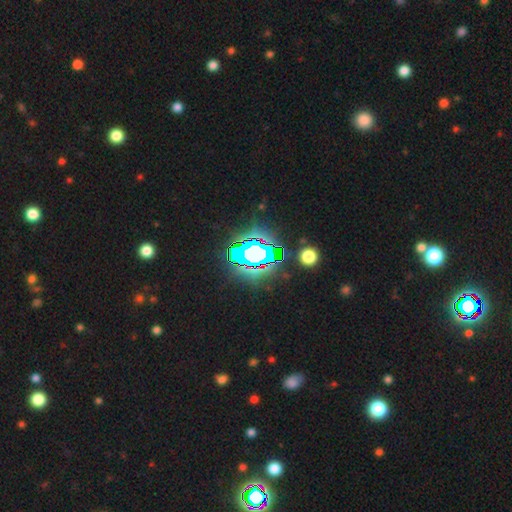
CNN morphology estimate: smooth-or-featured: star or artifact: 64% | featured or disk: 19% | smooth: 17%